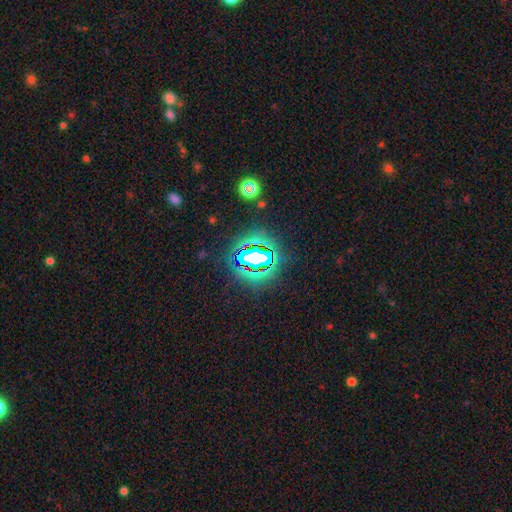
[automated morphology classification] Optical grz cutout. It shows a star or artifact, not a galaxy (66%).